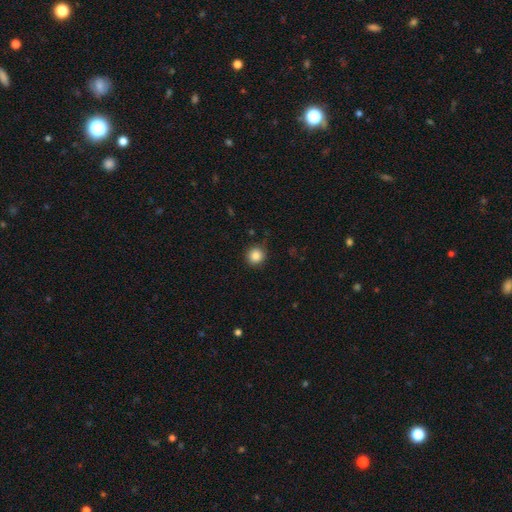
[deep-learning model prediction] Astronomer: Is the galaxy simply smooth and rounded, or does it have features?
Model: smooth — 86%.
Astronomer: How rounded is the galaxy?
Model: round — 92%.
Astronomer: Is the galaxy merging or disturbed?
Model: none — 85%.